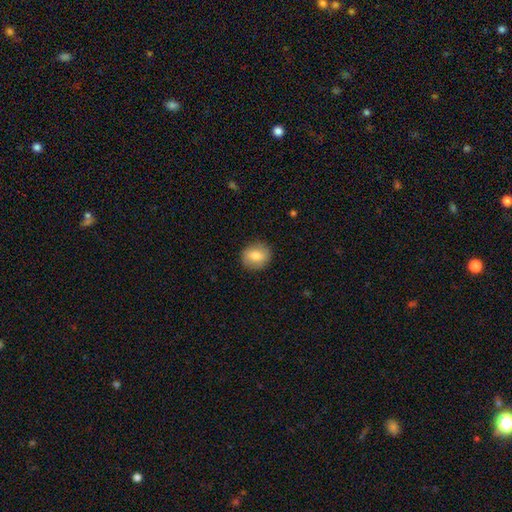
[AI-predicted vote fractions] smooth 74%, featured or disk 17%, star or artifact 8%. Down the decision tree: how rounded — round (81%); merging — none (89%).